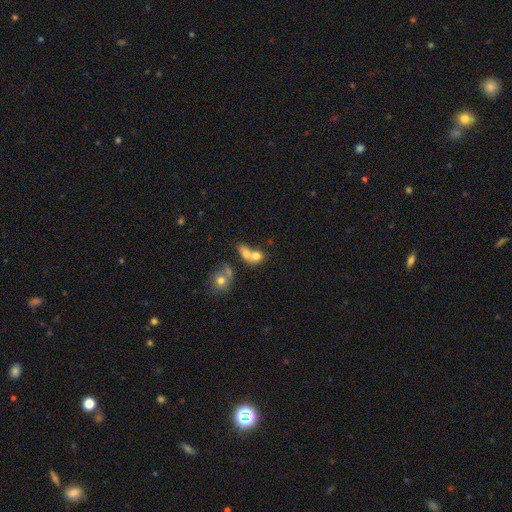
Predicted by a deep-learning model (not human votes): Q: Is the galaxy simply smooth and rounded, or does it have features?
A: smooth — 70%.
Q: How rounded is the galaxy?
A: round — 50%.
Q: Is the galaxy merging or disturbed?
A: merger — 67%.